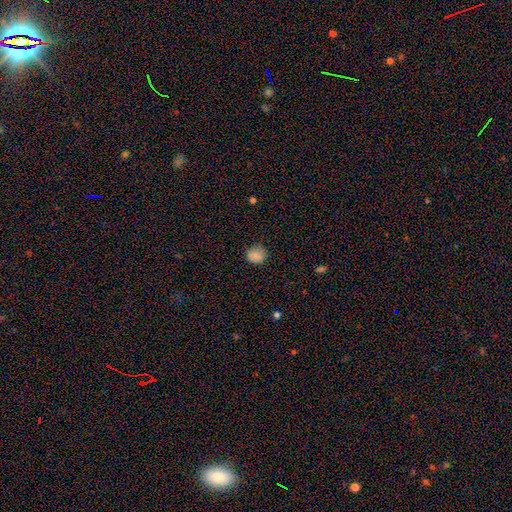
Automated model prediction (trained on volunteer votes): The model was most divided on "merging": none: 80%, minor disturbance: 15%, major disturbance: 3%, merger: 1%. More confident: smooth or featured — smooth (86%); how rounded — round (82%).